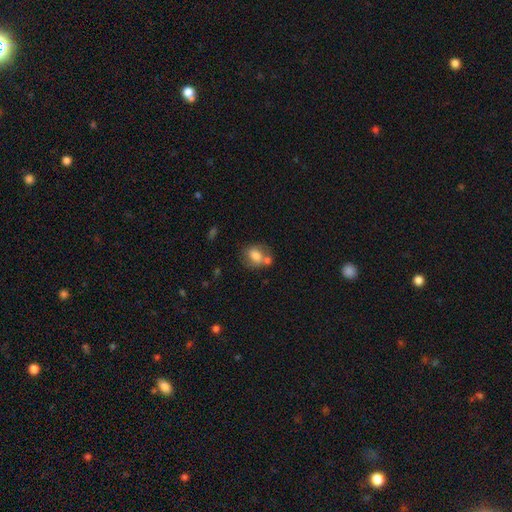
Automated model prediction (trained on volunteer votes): Smooth or featured? smooth (71%)
How rounded? in between (55%)
Merging? none (47%)